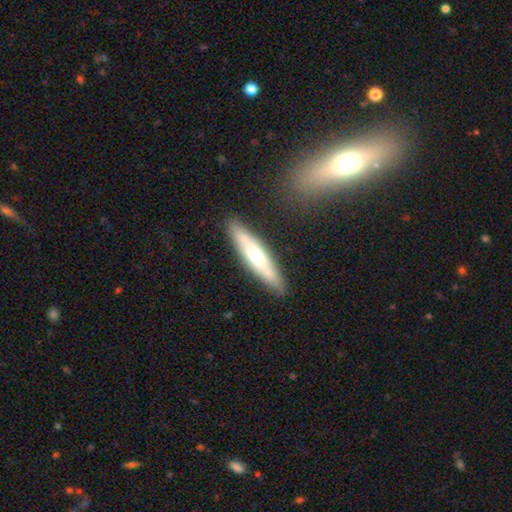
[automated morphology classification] Q: Smooth or featured?
A: featured or disk (48%); runner-up: smooth (46%)
Q: Merging?
A: none (87%); runner-up: minor disturbance (9%)